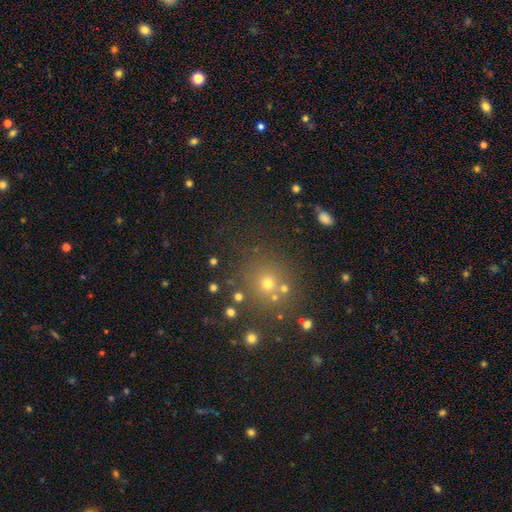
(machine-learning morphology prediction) This is possibly a smooth galaxy (46%). Merging: likely none (79%).